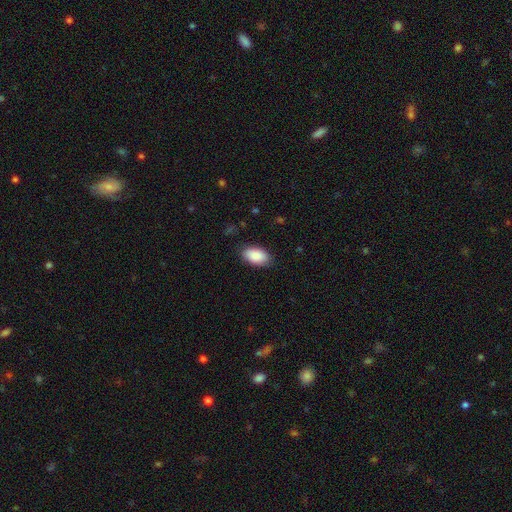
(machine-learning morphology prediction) A smooth galaxy with no disk features (90%) that is in between round and cigar-shaped (95%). Merging: none (85%).